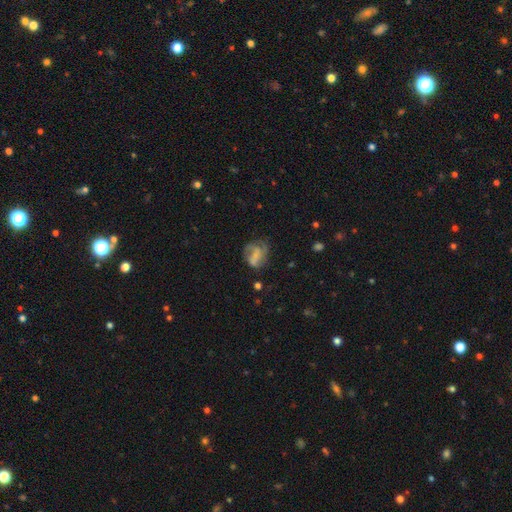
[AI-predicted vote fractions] The model was most divided on "smooth or featured": smooth: 45%, featured or disk: 43%, star or artifact: 12%. Remaining: merging — none (38%).